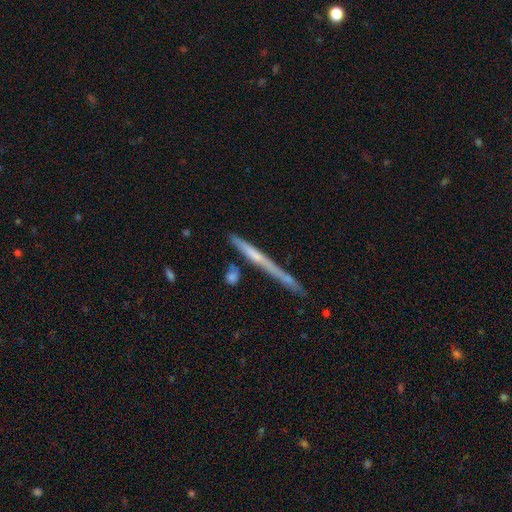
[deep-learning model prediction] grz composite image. It shows a featured or disk galaxy (53%) viewed edge-on (95%) with no central bulge (75%). Merging: none (71%).